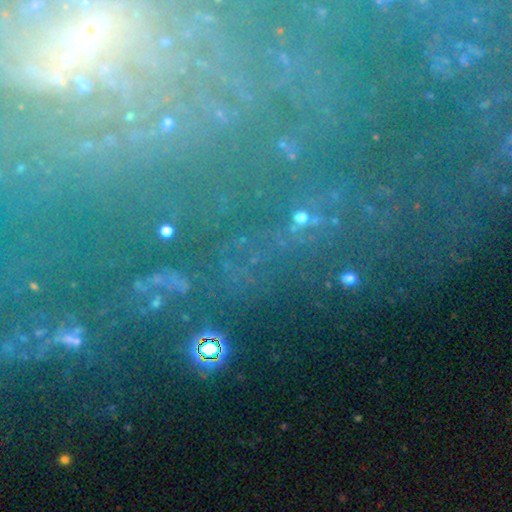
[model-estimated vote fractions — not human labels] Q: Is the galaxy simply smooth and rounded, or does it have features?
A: star or artifact — 43%.